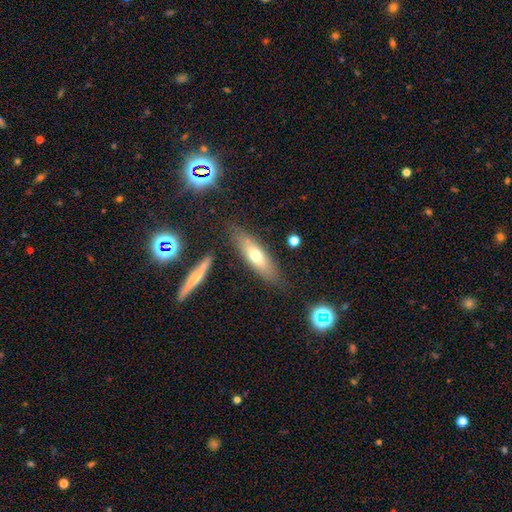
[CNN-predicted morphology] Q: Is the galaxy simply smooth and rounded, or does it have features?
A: smooth — 61%.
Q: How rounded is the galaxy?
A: cigar-shaped — 56%.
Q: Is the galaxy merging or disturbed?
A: none — 79%.